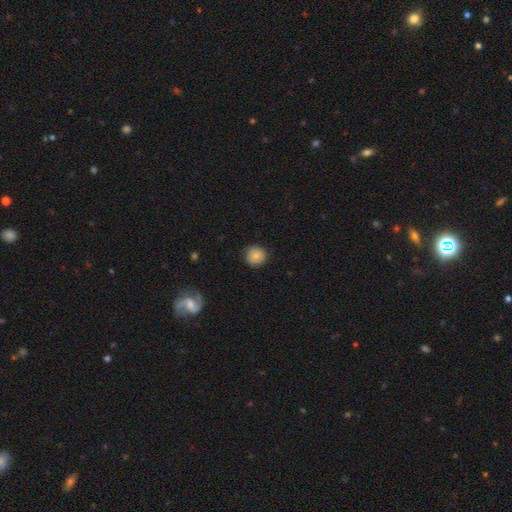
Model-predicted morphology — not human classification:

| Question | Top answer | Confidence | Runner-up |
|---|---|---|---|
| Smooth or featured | smooth | 85% | star or artifact (8%) |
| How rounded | round | 92% | in between (7%) |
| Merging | none | 88% | minor disturbance (8%) |